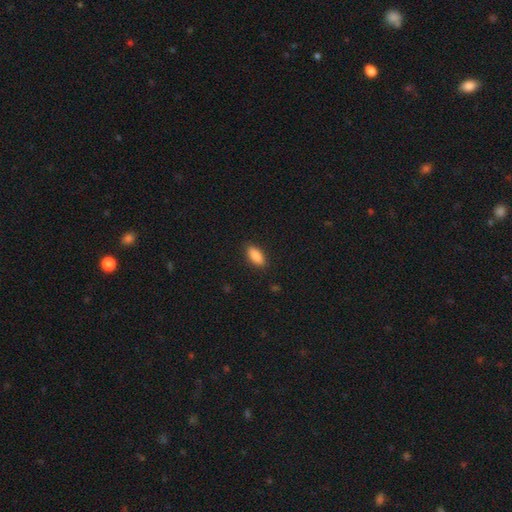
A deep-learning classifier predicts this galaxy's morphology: Smooth or featured? Predicted: smooth (p=0.88). How rounded? Predicted: in between (p=0.86). Merging? Predicted: none (p=0.88).